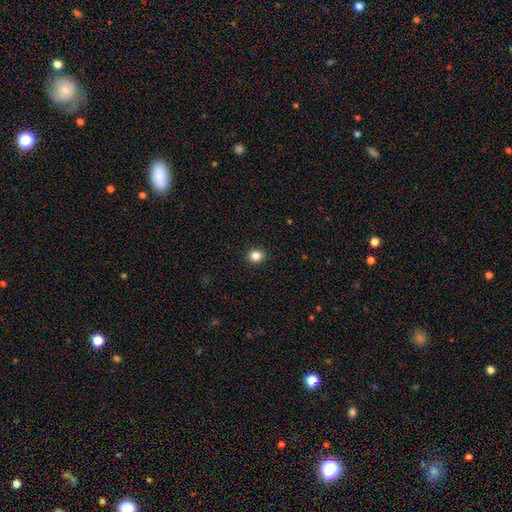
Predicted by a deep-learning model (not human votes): The model was most divided on "how rounded": round: 84%, in between: 15%, cigar-shaped: 1%. More confident: merging — none (92%); smooth or featured — smooth (85%).